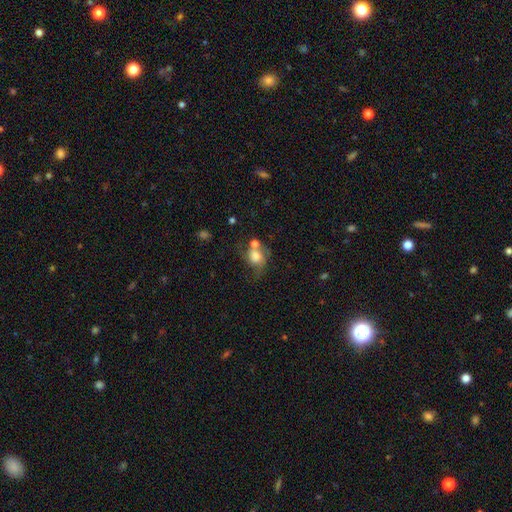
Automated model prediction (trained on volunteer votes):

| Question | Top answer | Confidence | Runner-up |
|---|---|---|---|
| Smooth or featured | smooth | 59% | featured or disk (30%) |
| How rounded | round | 63% | in between (36%) |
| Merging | merger | 33% | none (31%) |